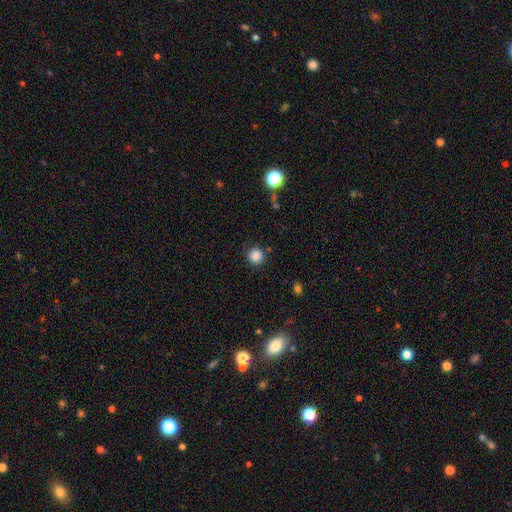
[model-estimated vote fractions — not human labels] Overall: smooth (85%). How rounded: round (94%). Merging: none (88%).